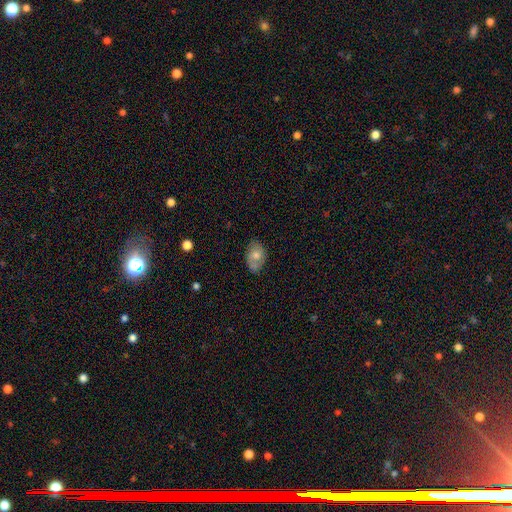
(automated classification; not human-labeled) smooth-or-featured: smooth: 61% | featured or disk: 31% | star or artifact: 8%
  how-rounded: in between: 82% | round: 17% | cigar-shaped: 1%
  merging: none: 67% | minor disturbance: 24% | major disturbance: 6% | merger: 2%